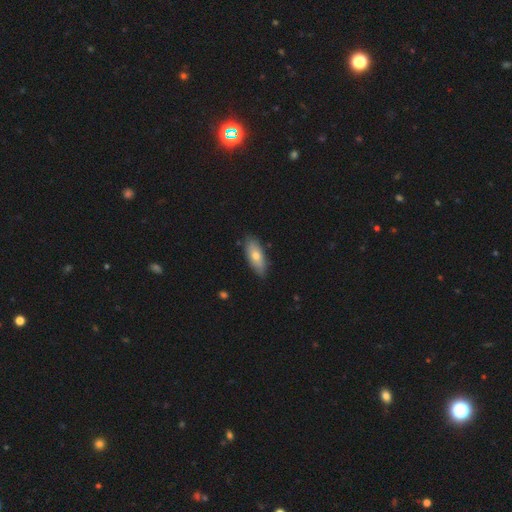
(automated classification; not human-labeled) Smooth or featured? smooth (69%)
How rounded? in between (78%)
Merging? none (84%)